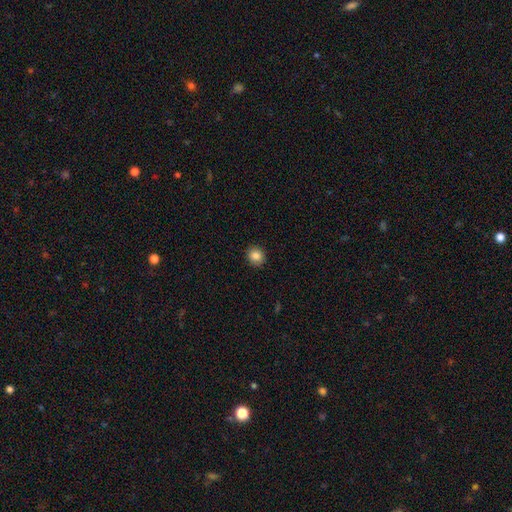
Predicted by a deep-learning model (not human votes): Overall: smooth (86%). How rounded: round (83%). Merging: none (92%).